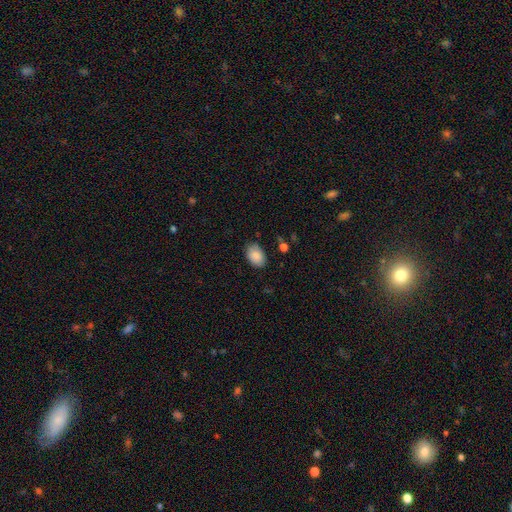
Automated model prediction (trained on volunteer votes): smooth-or-featured: smooth: 87% | star or artifact: 7% | featured or disk: 6%
  how-rounded: in between: 84% | round: 15% | cigar-shaped: 1%
  merging: none: 78% | minor disturbance: 17% | major disturbance: 3% | merger: 2%